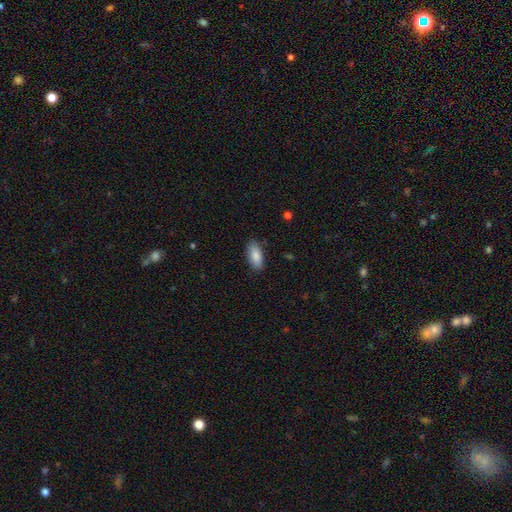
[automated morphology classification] The model was most divided on "merging": none: 86%, minor disturbance: 10%, major disturbance: 2%, merger: 1%. More confident: how rounded — in between (88%); smooth or featured — smooth (88%).